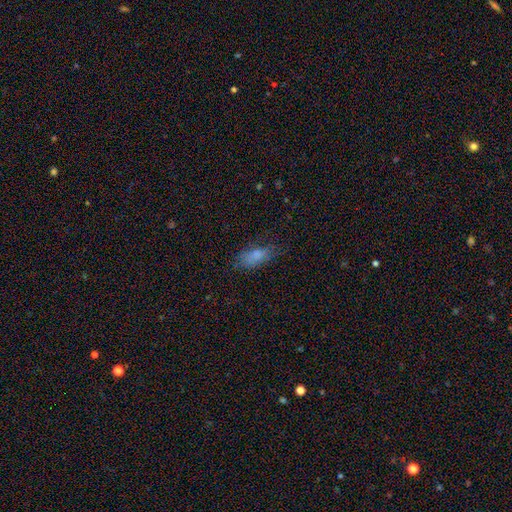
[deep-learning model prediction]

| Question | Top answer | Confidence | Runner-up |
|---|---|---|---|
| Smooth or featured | smooth | 74% | featured or disk (15%) |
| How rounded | in between | 80% | cigar-shaped (16%) |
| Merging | none | 63% | minor disturbance (25%) |